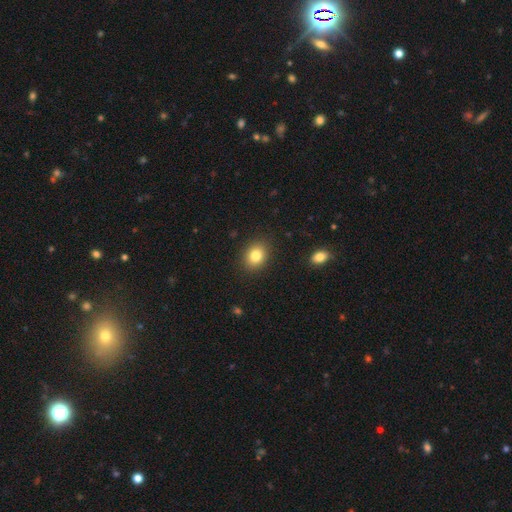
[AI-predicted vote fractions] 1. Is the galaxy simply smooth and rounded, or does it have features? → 82% smooth, 10% star or artifact, 8% featured or disk.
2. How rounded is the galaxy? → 50% in between, 49% round, 1% cigar-shaped.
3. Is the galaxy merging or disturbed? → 89% none, 8% minor disturbance, 2% major disturbance, 1% merger.